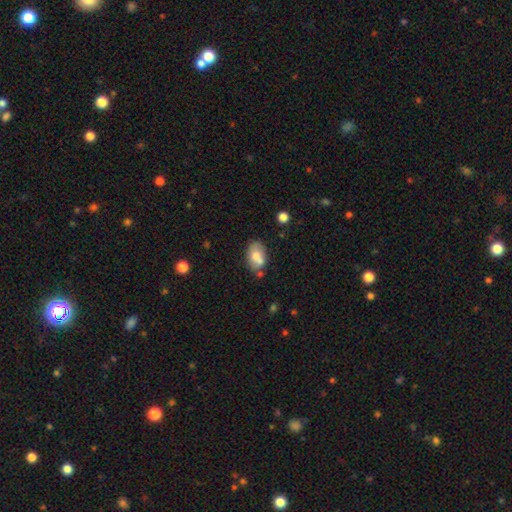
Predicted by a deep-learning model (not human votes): Smooth or featured?
  - smooth: 68% *
  - featured or disk: 24%
  - star or artifact: 8%
How rounded?
  - in between: 86% *
  - round: 13%
  - cigar-shaped: 1%
Merging?
  - none: 53% *
  - minor disturbance: 21%
  - merger: 20%
  - major disturbance: 6%